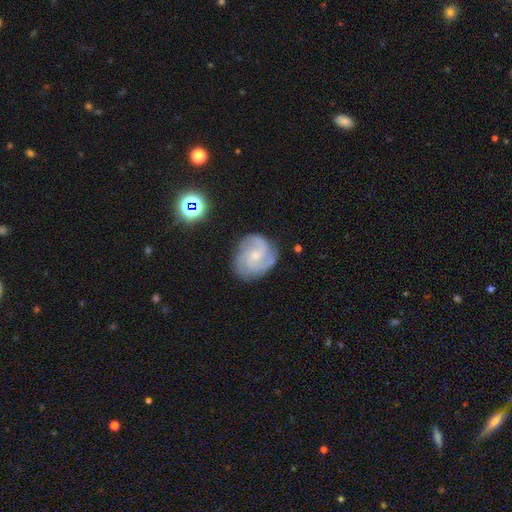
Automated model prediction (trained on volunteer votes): featured or disk 81%, smooth 12%, star or artifact 7%. Down the decision tree: edge-on disk — no (98%); bar — no (68%); spiral arms — yes (96%); spiral arm count — 3 (46%); spiral winding — tight (44%, tied with medium); bulge size — small (67%); merging — none (75%).